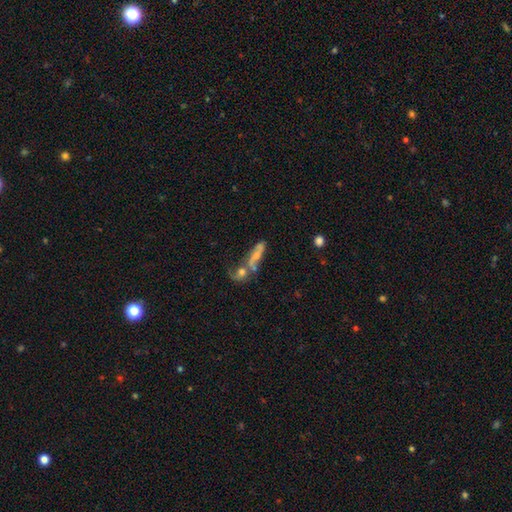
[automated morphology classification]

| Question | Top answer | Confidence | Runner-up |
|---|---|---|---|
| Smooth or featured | featured or disk | 49% | smooth (39%) |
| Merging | merger | 54% | none (24%) |